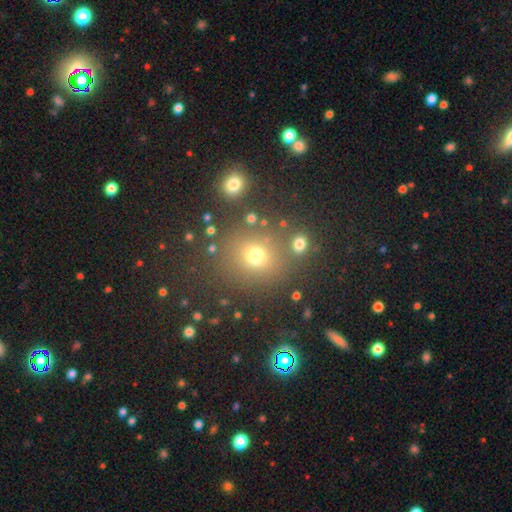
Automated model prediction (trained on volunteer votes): The model was most divided on "smooth or featured": smooth: 68%, star or artifact: 23%, featured or disk: 9%. More confident: how rounded — round (80%); merging — none (77%).